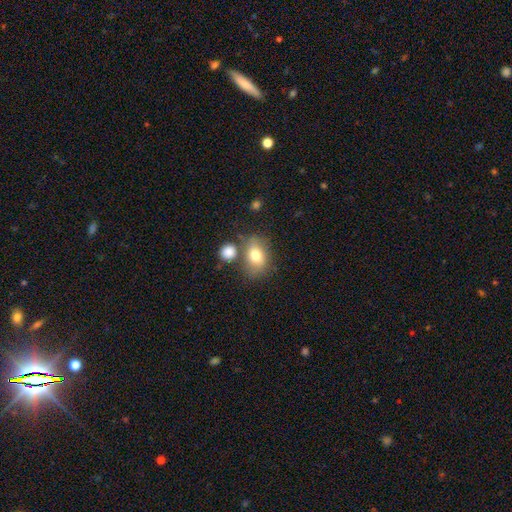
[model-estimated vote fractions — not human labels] smooth-or-featured: smooth: 74% | featured or disk: 17% | star or artifact: 9%
  how-rounded: in between: 70% | round: 28% | cigar-shaped: 1%
  merging: none: 60% | merger: 17% | minor disturbance: 17% | major disturbance: 6%